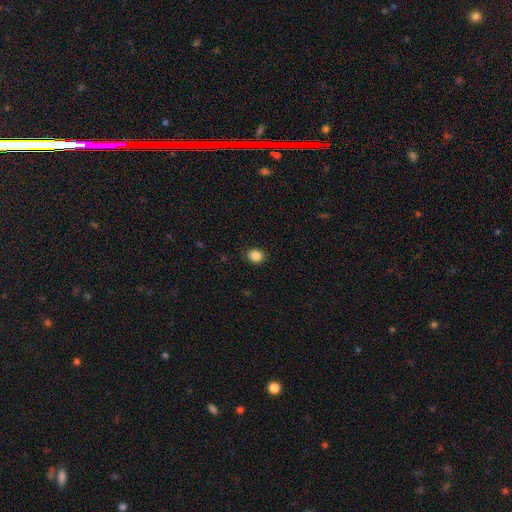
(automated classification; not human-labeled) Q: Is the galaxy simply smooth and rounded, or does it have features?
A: smooth — 86%.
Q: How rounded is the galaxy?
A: round — 56%.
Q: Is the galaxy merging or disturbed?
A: none — 90%.